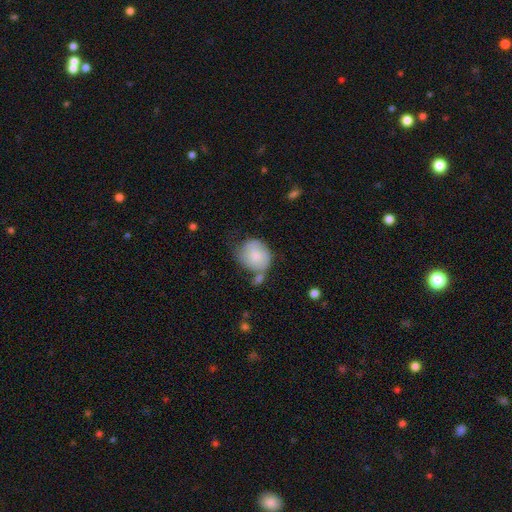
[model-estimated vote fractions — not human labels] Overall: smooth (74%). How rounded: round (76%). Merging: none (40%; minor disturbance 28%).